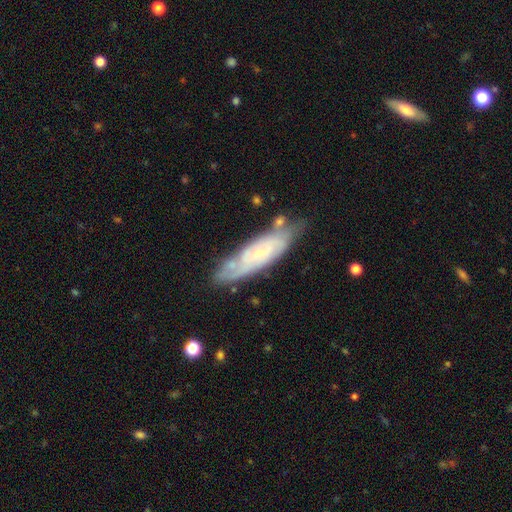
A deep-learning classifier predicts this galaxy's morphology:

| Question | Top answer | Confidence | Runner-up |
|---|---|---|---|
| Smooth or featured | featured or disk | 63% | smooth (30%) |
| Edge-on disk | no | 73% | yes (27%) |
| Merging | none | 68% | minor disturbance (22%) |